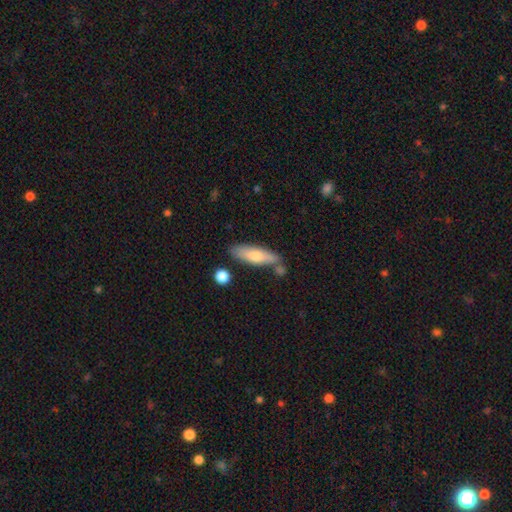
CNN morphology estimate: Smooth or featured?
  - smooth: 65% *
  - featured or disk: 28%
  - star or artifact: 6%
How rounded?
  - cigar-shaped: 58% *
  - in between: 40%
  - round: 2%
Merging?
  - none: 72% *
  - minor disturbance: 16%
  - merger: 9%
  - major disturbance: 3%